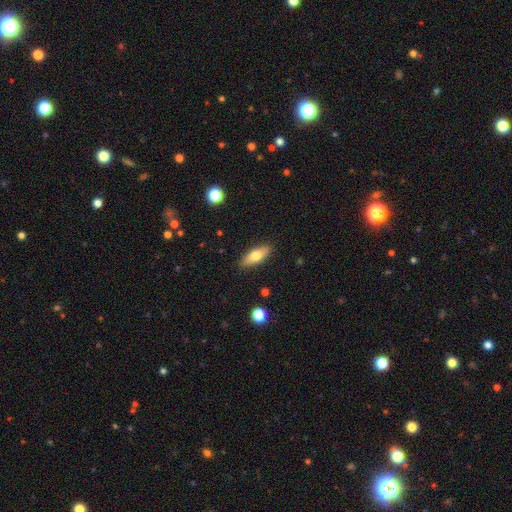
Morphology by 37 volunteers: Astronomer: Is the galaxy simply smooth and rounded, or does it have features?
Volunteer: smooth — 65%.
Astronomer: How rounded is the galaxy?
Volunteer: in between — 75%.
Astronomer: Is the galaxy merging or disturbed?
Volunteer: none — 85%.